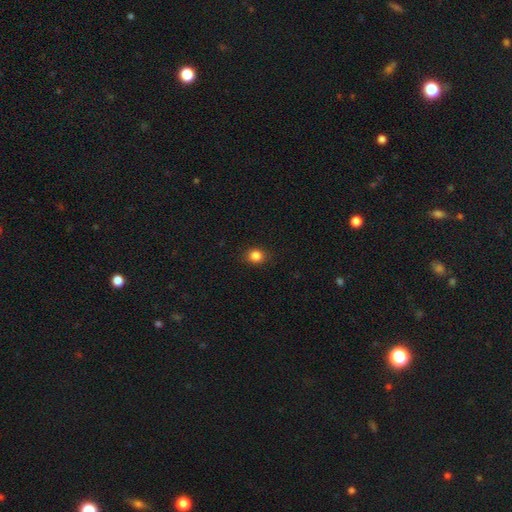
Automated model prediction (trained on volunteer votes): smooth 85%, star or artifact 11%, featured or disk 4%. Down the decision tree: how rounded — round (74%); merging — none (89%).